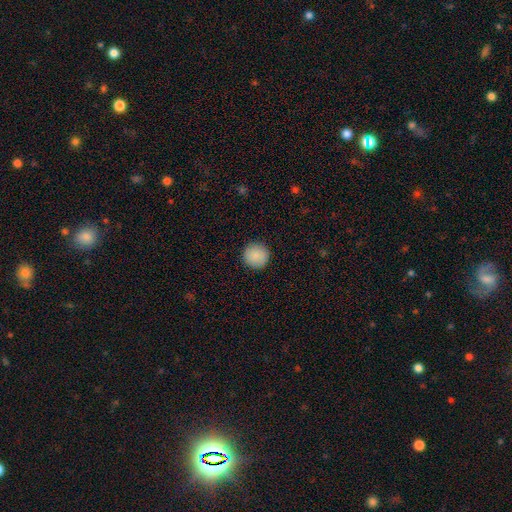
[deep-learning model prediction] Smooth or featured? smooth (89%)
How rounded? round (96%)
Merging? none (93%)